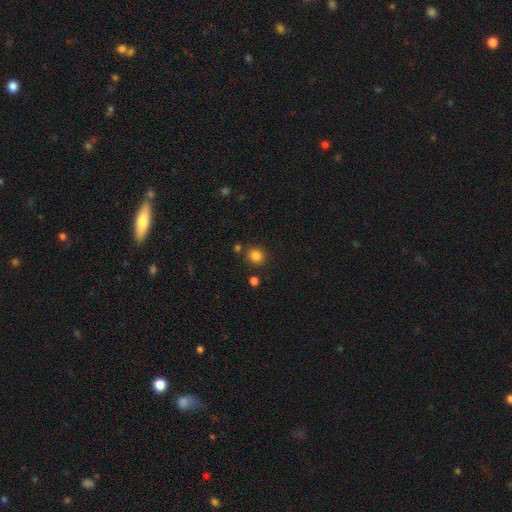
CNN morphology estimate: Q: Smooth or featured?
A: smooth (84%); runner-up: star or artifact (12%)
Q: How rounded?
A: round (81%); runner-up: in between (18%)
Q: Merging?
A: none (82%); runner-up: minor disturbance (9%)